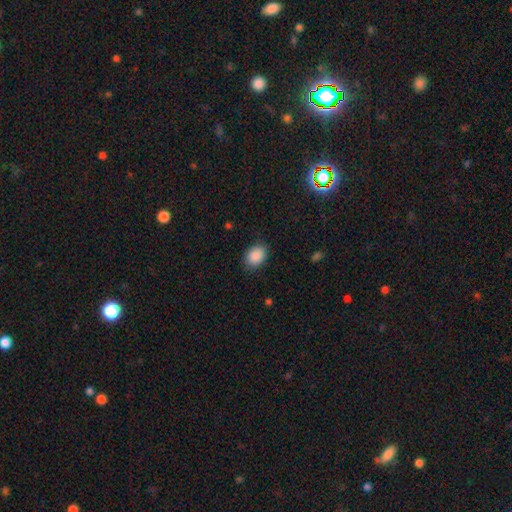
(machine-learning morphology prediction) Smooth or featured?
  - smooth: 90% *
  - star or artifact: 7%
  - featured or disk: 3%
How rounded?
  - in between: 69% *
  - round: 30%
  - cigar-shaped: 1%
Merging?
  - none: 86% *
  - minor disturbance: 11%
  - major disturbance: 3%
  - merger: 1%